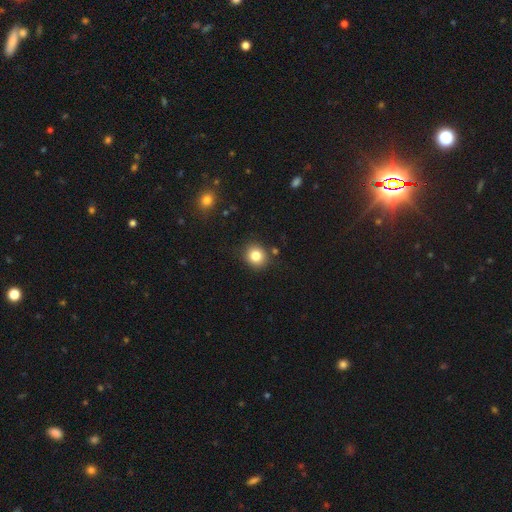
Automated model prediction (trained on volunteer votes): Q: Smooth or featured?
A: smooth (81%); runner-up: star or artifact (11%)
Q: How rounded?
A: round (85%); runner-up: in between (14%)
Q: Merging?
A: none (86%); runner-up: minor disturbance (8%)